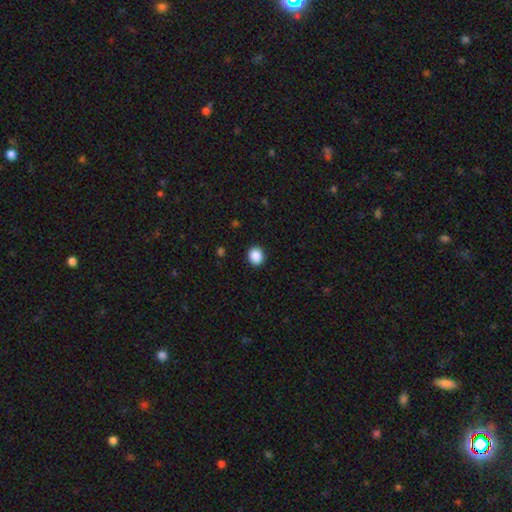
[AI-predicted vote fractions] smooth-or-featured: smooth: 89% | star or artifact: 9% | featured or disk: 3%
  how-rounded: round: 76% | in between: 24% | cigar-shaped: 1%
  merging: none: 91% | minor disturbance: 6% | major disturbance: 2% | merger: 1%